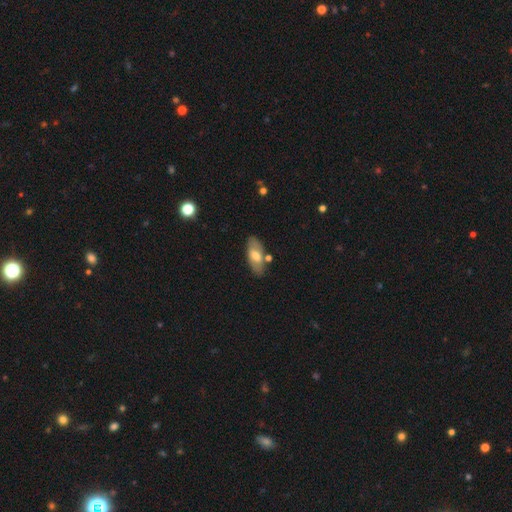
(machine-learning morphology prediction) smooth 60%, featured or disk 34%, star or artifact 6%. Down the decision tree: how rounded — in between (87%); merging — none (75%).